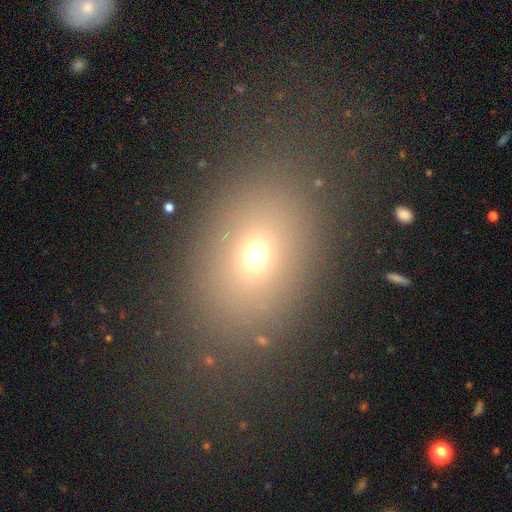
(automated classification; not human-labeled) The model was most divided on "how rounded": in between: 68%, round: 30%, cigar-shaped: 2%. More confident: merging — none (81%); smooth or featured — smooth (67%).